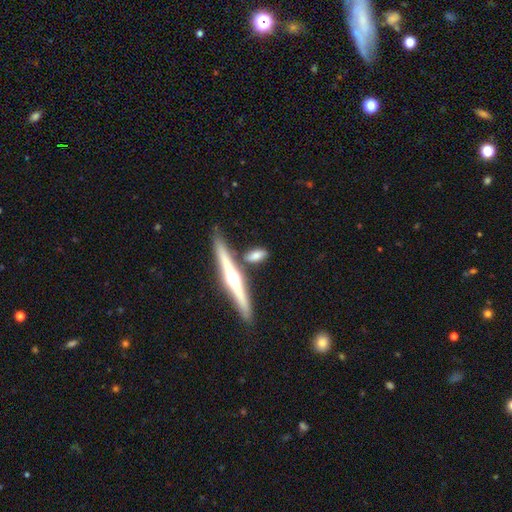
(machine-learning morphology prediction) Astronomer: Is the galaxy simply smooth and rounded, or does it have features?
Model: smooth — 50% (runner-up: featured or disk, 43%).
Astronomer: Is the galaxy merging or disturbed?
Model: none — 72%.